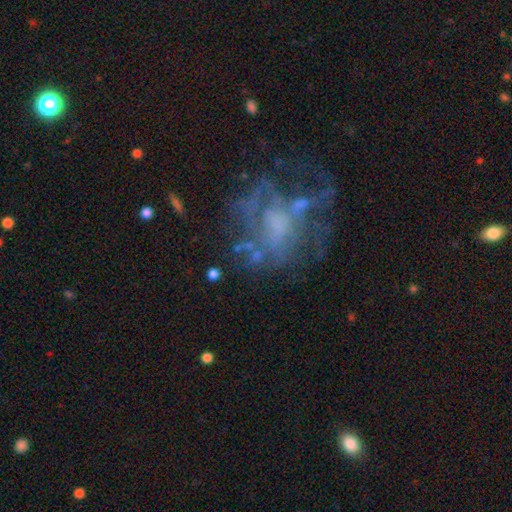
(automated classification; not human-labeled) Smooth or featured: featured or disk — 62% (smooth — 22%)
Edge-on disk: no — 97% (yes — 3%)
Bar: no — 75% (weak — 20%)
Spiral arms: no — 53% (yes — 47%)
Bulge size: none — 39% (small — 28%)
Merging: none — 40% (major disturbance — 31%)